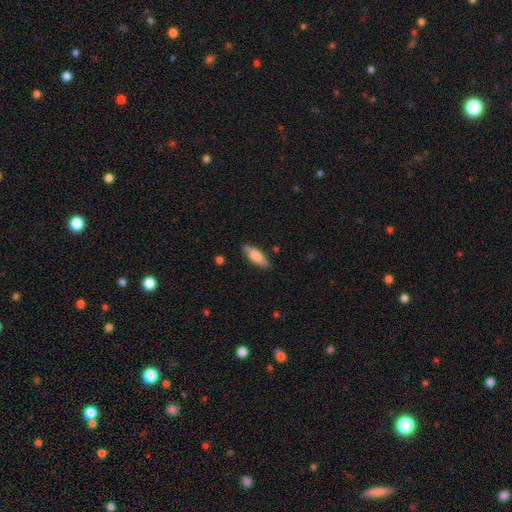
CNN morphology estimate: The model was most divided on "how rounded": in between: 56%, cigar-shaped: 42%, round: 2%. More confident: merging — none (85%); smooth or featured — smooth (67%).